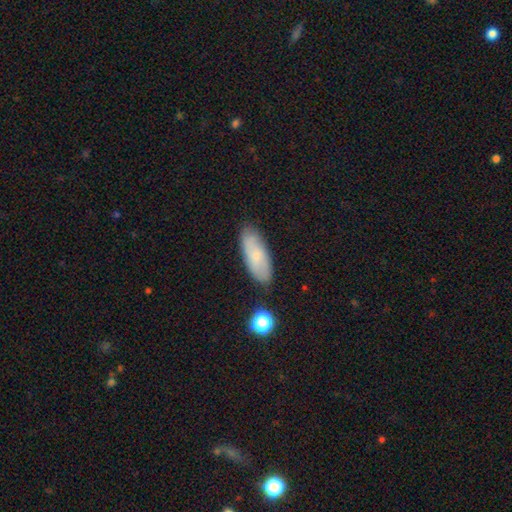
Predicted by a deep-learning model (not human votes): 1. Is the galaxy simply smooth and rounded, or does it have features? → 68% smooth, 25% featured or disk, 8% star or artifact.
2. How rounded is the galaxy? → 76% in between, 22% cigar-shaped, 2% round.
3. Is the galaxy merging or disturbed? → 81% none, 14% minor disturbance, 3% major disturbance, 2% merger.